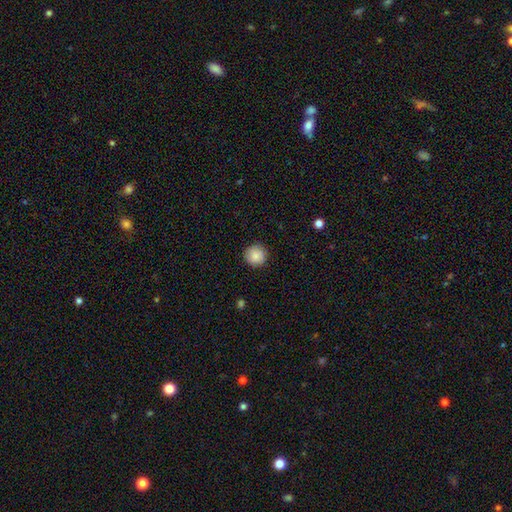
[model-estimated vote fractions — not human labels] Overall: smooth (87%). How rounded: round (95%). Merging: none (91%).